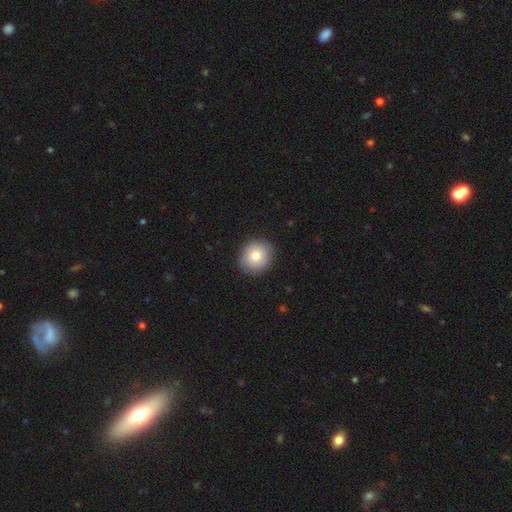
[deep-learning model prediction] smooth_or_featured: smooth (p=0.80) [alt: featured or disk p=0.12]
how_rounded: round (p=0.83) [alt: in between p=0.16]
merging: none (p=0.89) [alt: minor disturbance p=0.08]